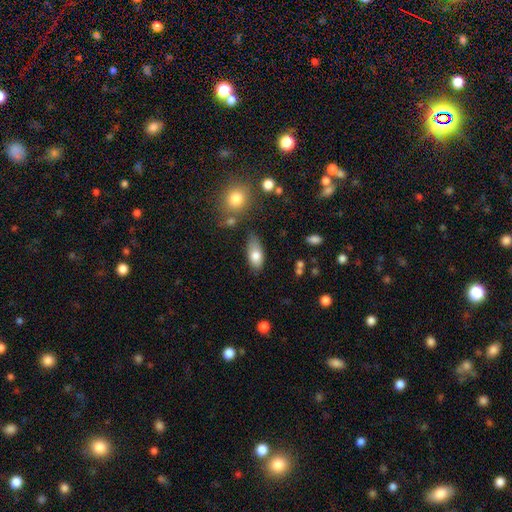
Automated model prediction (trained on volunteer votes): smooth_or_featured: smooth (p=0.78) [alt: featured or disk p=0.15]
how_rounded: in between (p=0.88) [alt: cigar-shaped p=0.09]
merging: none (p=0.61) [alt: minor disturbance p=0.26]